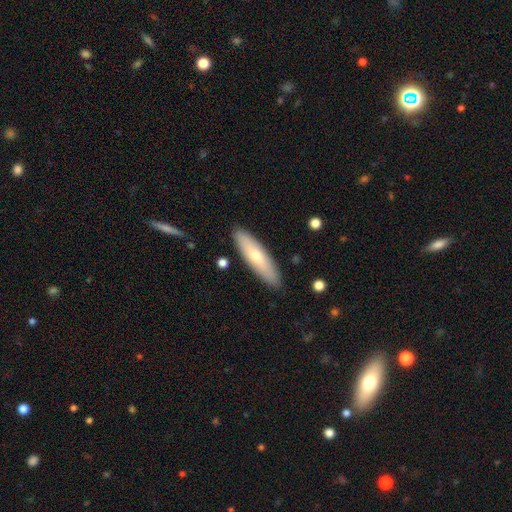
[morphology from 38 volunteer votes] This appears to be a smooth galaxy with no disk features (79%) that is cigar-shaped (63%). Merging: none (86%).